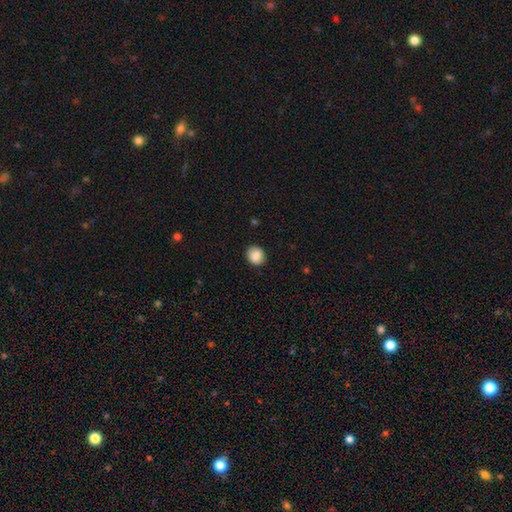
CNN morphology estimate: A smooth galaxy with no disk features (87%) that is round (74%).

Vote fractions:
- Smooth or featured? smooth: 87% / star or artifact: 8% / featured or disk: 5%
- How rounded? round: 74% / in between: 25% / cigar-shaped: 1%
- Merging? none: 88% / minor disturbance: 9% / major disturbance: 2% / merger: 1%